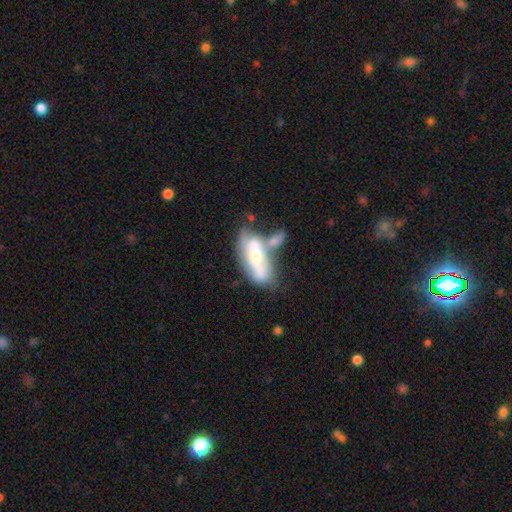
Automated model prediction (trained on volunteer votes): A featured or disk galaxy (56%).

Vote fractions:
- Smooth or featured? featured or disk: 56% / smooth: 37% / star or artifact: 7%
- Edge-on disk? no: 83% / yes: 17%
- Merging? merger: 47% / none: 23% / minor disturbance: 17% / major disturbance: 14%